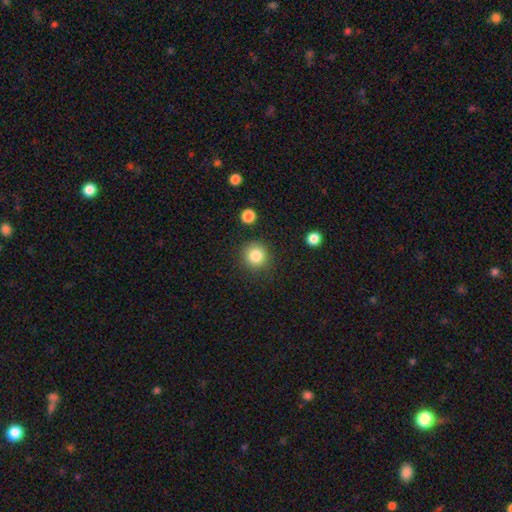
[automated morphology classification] Smooth or featured? Predicted: smooth (p=0.84). How rounded? Predicted: round (p=0.93). Merging? Predicted: none (p=0.87).